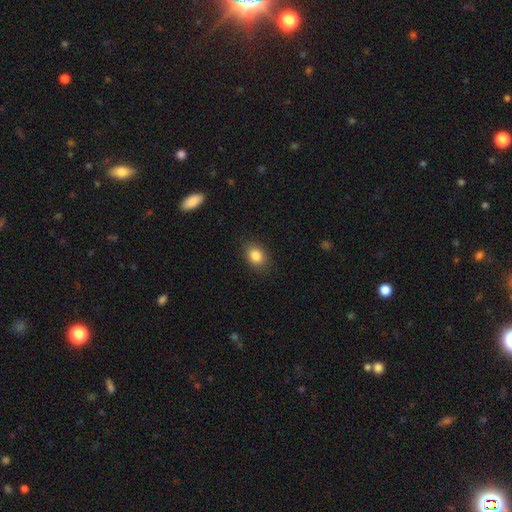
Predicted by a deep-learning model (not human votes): This is clearly a smooth galaxy (85%). How rounded: likely in between (64%). Merging: clearly none (86%).